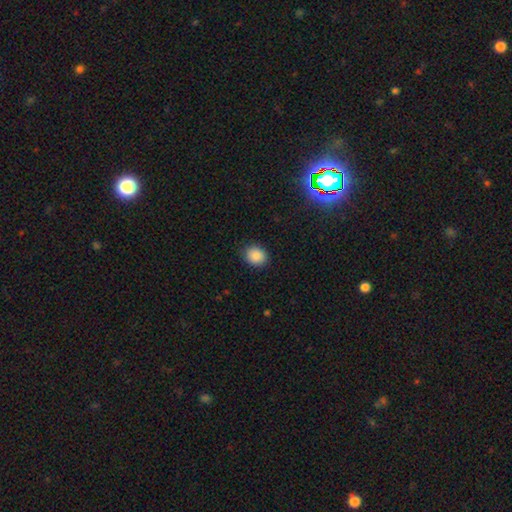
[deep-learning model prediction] smooth-or-featured: smooth: 88% | star or artifact: 8% | featured or disk: 3%
  how-rounded: round: 57% | in between: 42% | cigar-shaped: 1%
  merging: none: 88% | minor disturbance: 8% | major disturbance: 2% | merger: 1%